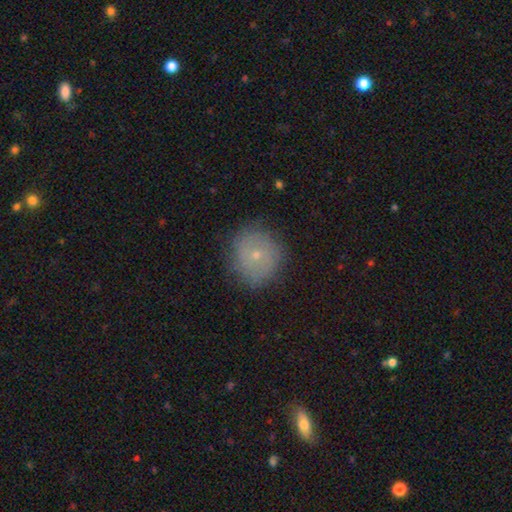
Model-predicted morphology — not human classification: Q: Smooth or featured?
A: smooth (57%); runner-up: featured or disk (31%)
Q: How rounded?
A: round (86%); runner-up: in between (13%)
Q: Merging?
A: none (79%); runner-up: minor disturbance (15%)